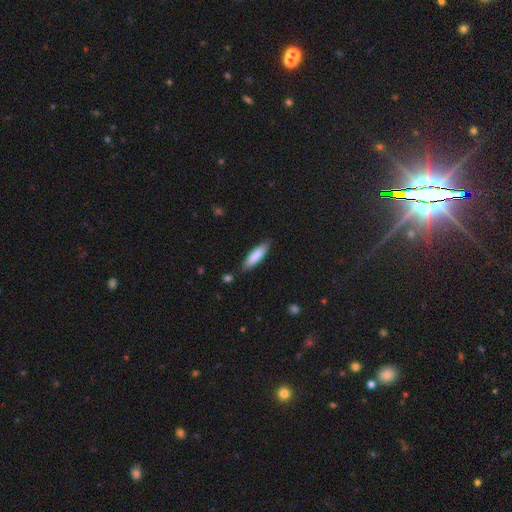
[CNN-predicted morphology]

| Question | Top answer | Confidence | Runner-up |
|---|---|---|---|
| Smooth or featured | smooth | 85% | featured or disk (10%) |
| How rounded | cigar-shaped | 65% | in between (34%) |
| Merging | none | 84% | minor disturbance (11%) |